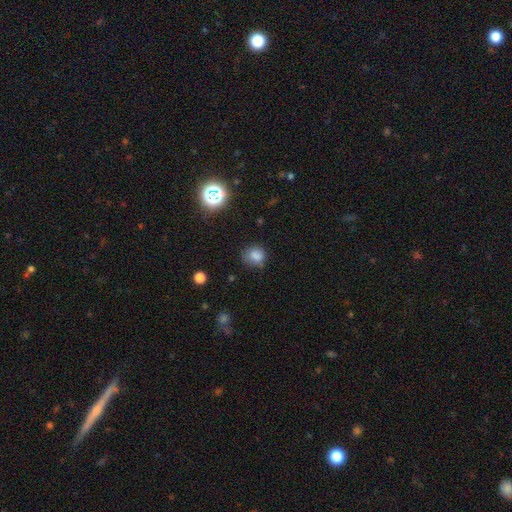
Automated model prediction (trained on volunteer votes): Q: Smooth or featured?
A: smooth (79%); runner-up: star or artifact (14%)
Q: How rounded?
A: round (71%); runner-up: in between (28%)
Q: Merging?
A: none (69%); runner-up: minor disturbance (22%)